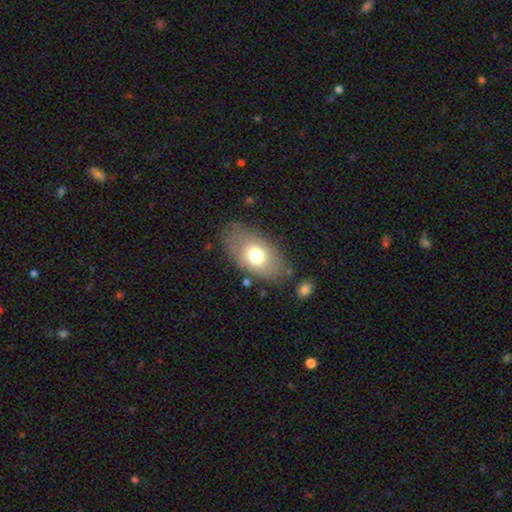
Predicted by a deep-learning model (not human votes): smooth-or-featured: smooth: 69% | featured or disk: 23% | star or artifact: 8%
  how-rounded: in between: 90% | round: 7% | cigar-shaped: 2%
  merging: none: 76% | minor disturbance: 15% | major disturbance: 6% | merger: 3%